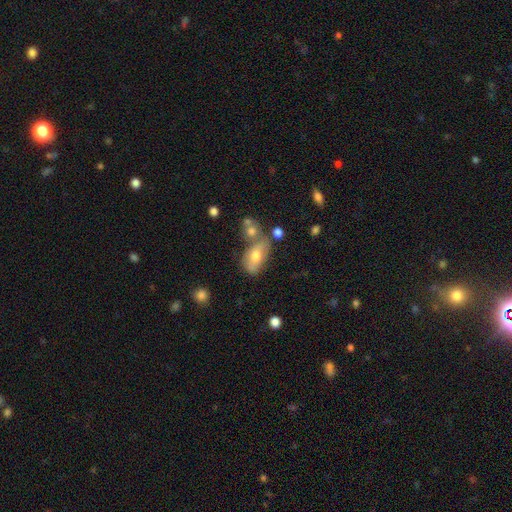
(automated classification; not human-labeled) A smooth galaxy with no disk features (66%) that is in between round and cigar-shaped (88%).

Vote fractions:
- Smooth or featured? smooth: 66% / featured or disk: 25% / star or artifact: 9%
- How rounded? in between: 88% / round: 7% / cigar-shaped: 5%
- Merging? none: 46% / merger: 28% / minor disturbance: 18% / major disturbance: 8%